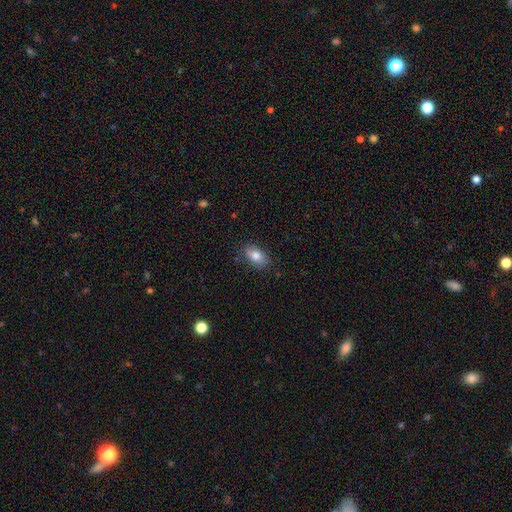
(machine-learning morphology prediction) Smooth or featured?
  - smooth: 81% *
  - featured or disk: 11%
  - star or artifact: 8%
How rounded?
  - in between: 88% *
  - round: 9%
  - cigar-shaped: 3%
Merging?
  - none: 80% *
  - minor disturbance: 15%
  - major disturbance: 3%
  - merger: 2%